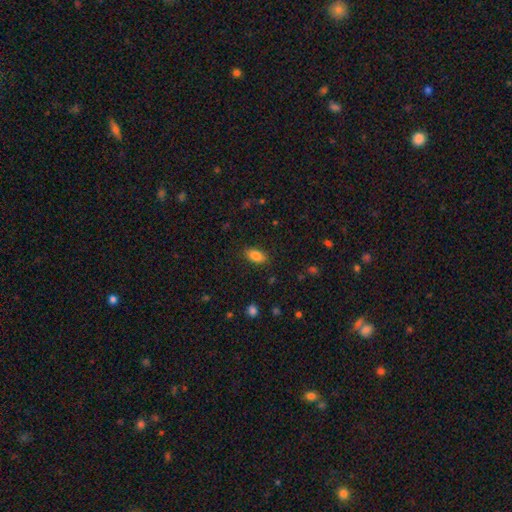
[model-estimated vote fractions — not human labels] Smooth or featured? smooth (86%)
How rounded? in between (91%)
Merging? none (86%)